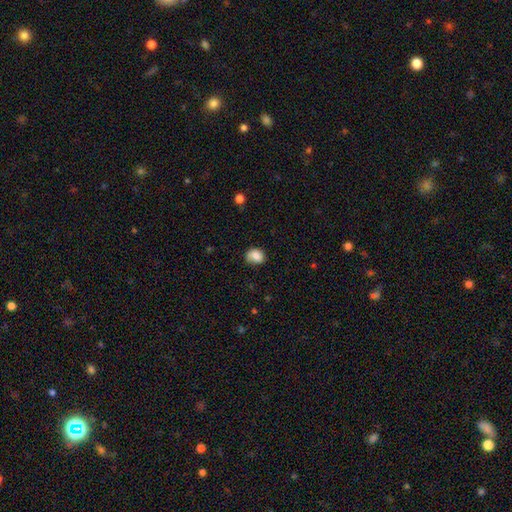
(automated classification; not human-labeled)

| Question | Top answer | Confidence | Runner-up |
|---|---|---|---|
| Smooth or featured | smooth | 81% | featured or disk (11%) |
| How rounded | round | 56% | in between (43%) |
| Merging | none | 60% | minor disturbance (29%) |